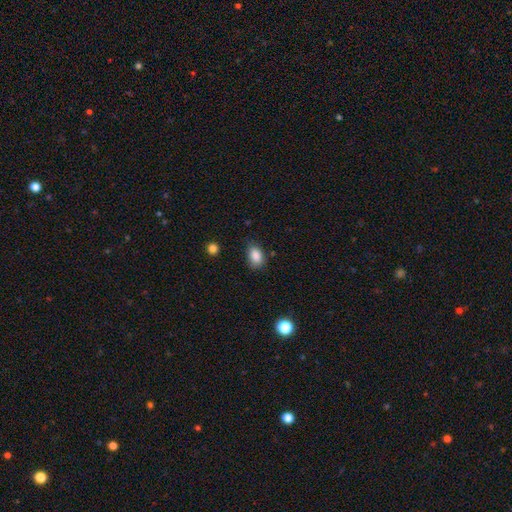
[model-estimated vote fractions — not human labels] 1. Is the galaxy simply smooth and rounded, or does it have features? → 87% smooth, 9% star or artifact, 5% featured or disk.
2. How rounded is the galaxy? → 83% in between, 15% round, 2% cigar-shaped.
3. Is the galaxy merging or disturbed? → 72% none, 22% minor disturbance, 4% major disturbance, 2% merger.